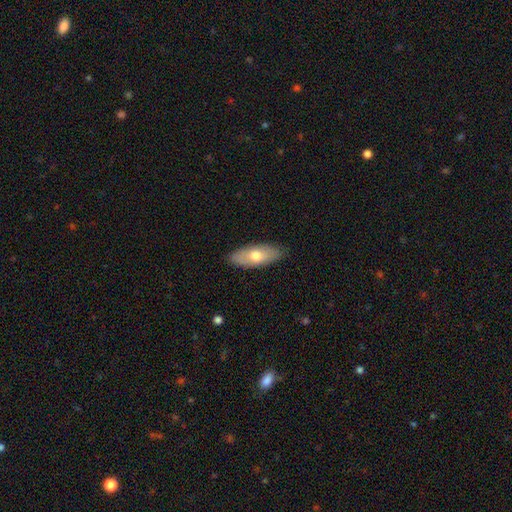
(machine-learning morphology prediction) The model was most divided on "smooth or featured": smooth: 67%, featured or disk: 27%, star or artifact: 6%. More confident: merging — none (87%); how rounded — in between (79%).